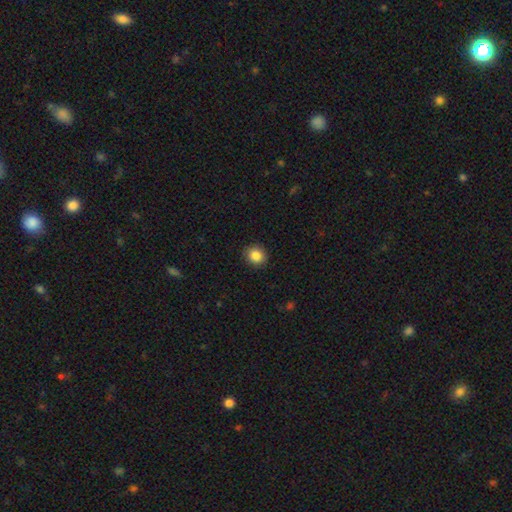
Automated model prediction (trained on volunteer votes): Morphology: type=smooth (85%); roundness=round (85%); merging=none (91%).